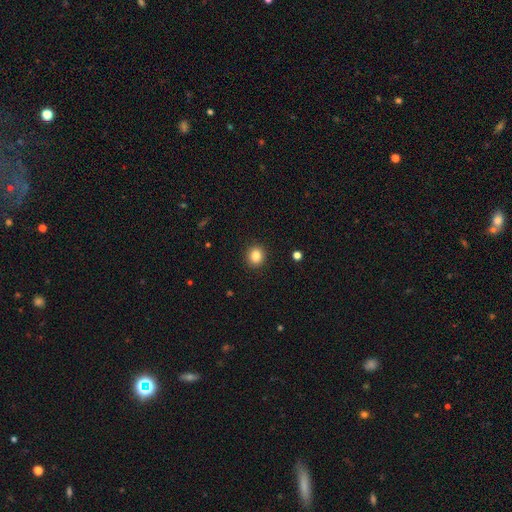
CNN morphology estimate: This is clearly a smooth galaxy (85%). How rounded: clearly round (80%). Merging: clearly none (92%).